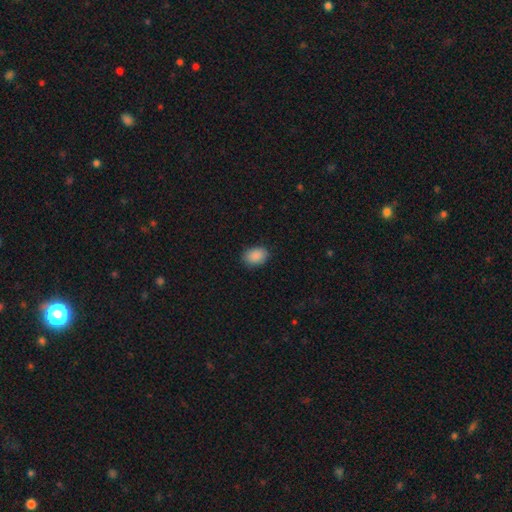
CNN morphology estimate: smooth 89%, star or artifact 8%, featured or disk 3%. Down the decision tree: how rounded — in between (75%); merging — none (86%).